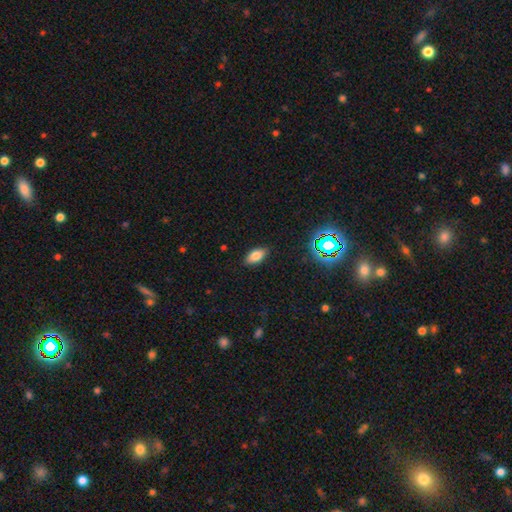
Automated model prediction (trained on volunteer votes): Morphology: type=smooth (77%); roundness=in between (89%); merging=none (87%).